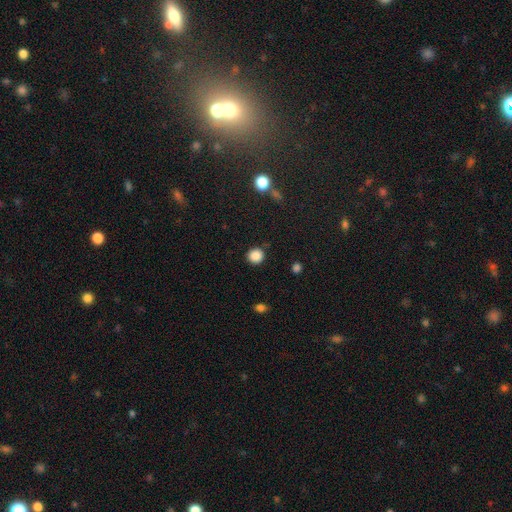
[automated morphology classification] This appears to be a smooth galaxy with no disk features (87%) that is round (92%). Merging: none (88%).